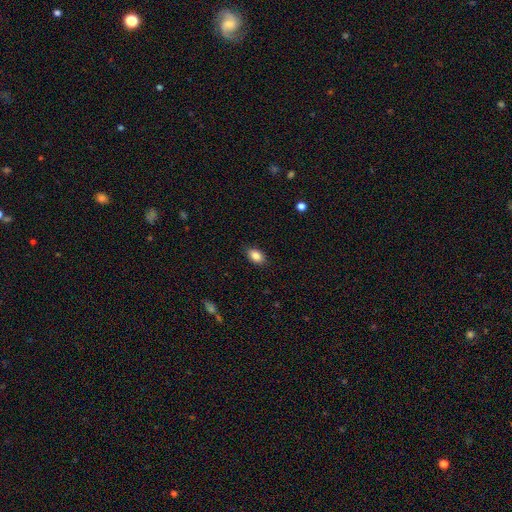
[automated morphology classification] Smooth or featured: smooth — 86% (star or artifact — 8%)
How rounded: in between — 87% (round — 11%)
Merging: none — 86% (minor disturbance — 10%)